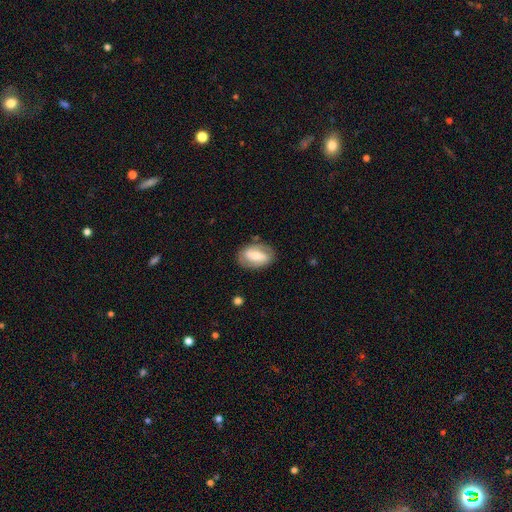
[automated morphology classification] Smooth or featured? Predicted: featured or disk (p=0.54). Edge-on disk? Predicted: no (p=0.94). Bar? Predicted: strong (p=0.39). Spiral arms? Predicted: yes (p=0.65). Bulge size? Predicted: moderate (p=0.52). Merging? Predicted: none (p=0.77).